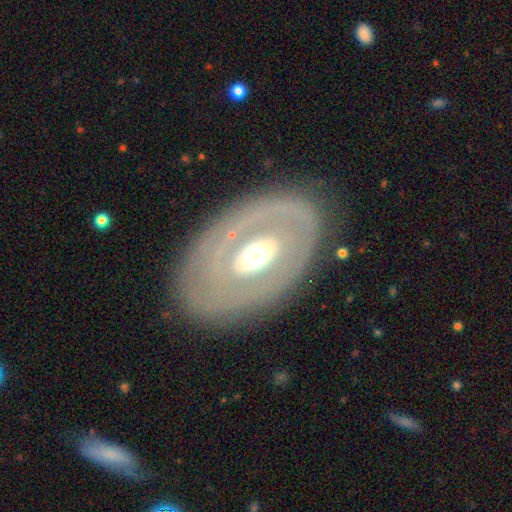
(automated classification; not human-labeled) A featured or disk galaxy (68%) with no bar (56%), no spiral arms (80%) and a moderate central bulge (66%).

Vote fractions:
- Smooth or featured? featured or disk: 68% / smooth: 26% / star or artifact: 6%
- Edge-on disk? no: 90% / yes: 10%
- Bar? no: 56% / weak: 23% / strong: 21%
- Spiral arms? no: 80% / yes: 20%
- Bulge size? moderate: 66% / large: 18% / small: 12% / dominant: 2% / none: 1%
- Merging? none: 80% / minor disturbance: 12% / major disturbance: 6% / merger: 2%